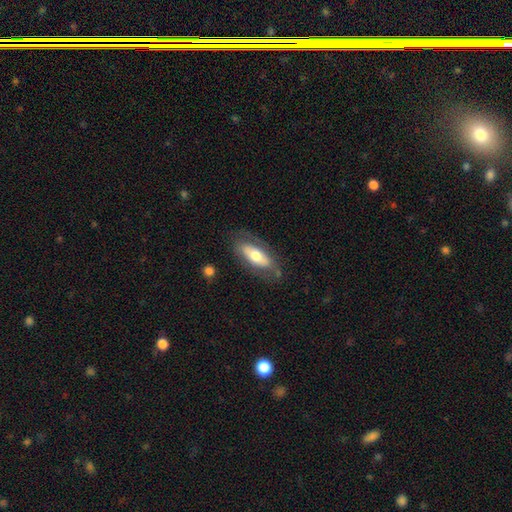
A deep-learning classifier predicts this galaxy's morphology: smooth_or_featured: smooth (p=0.54) [alt: featured or disk p=0.40]
how_rounded: in between (p=0.76) [alt: cigar-shaped p=0.21]
merging: none (p=0.71) [alt: minor disturbance p=0.18]